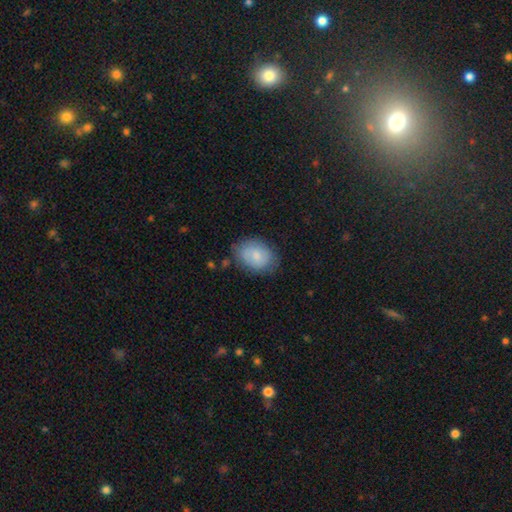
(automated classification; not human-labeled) smooth_or_featured: smooth (p=0.79) [alt: featured or disk p=0.14]
how_rounded: in between (p=0.72) [alt: round p=0.27]
merging: none (p=0.73) [alt: minor disturbance p=0.20]